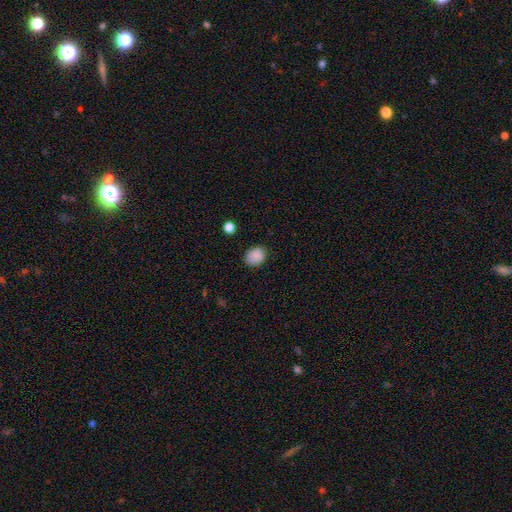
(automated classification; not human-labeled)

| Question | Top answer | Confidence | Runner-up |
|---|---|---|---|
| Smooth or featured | smooth | 88% | star or artifact (9%) |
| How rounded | in between | 53% | round (47%) |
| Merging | none | 82% | minor disturbance (14%) |